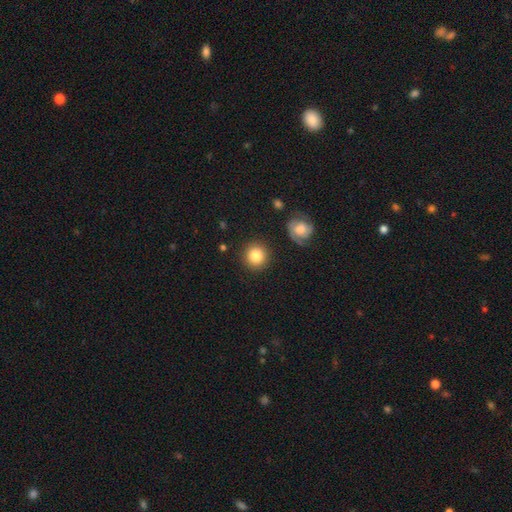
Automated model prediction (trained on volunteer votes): A smooth galaxy with no disk features (83%) that is round (93%). Merging: none (88%).